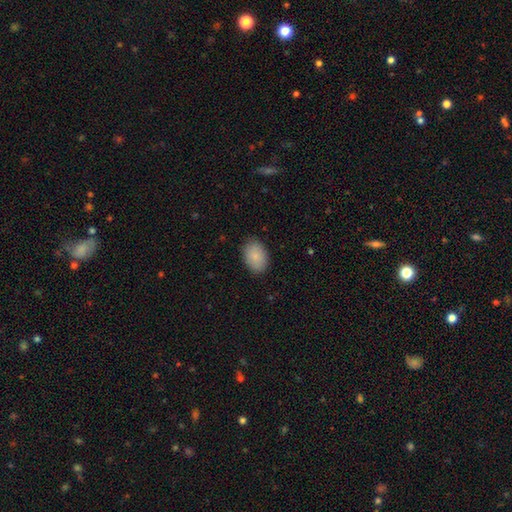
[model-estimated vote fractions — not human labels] Smooth or featured?
  - smooth: 88% *
  - star or artifact: 7%
  - featured or disk: 6%
How rounded?
  - in between: 84% *
  - round: 15%
  - cigar-shaped: 1%
Merging?
  - none: 86% *
  - minor disturbance: 10%
  - major disturbance: 2%
  - merger: 1%